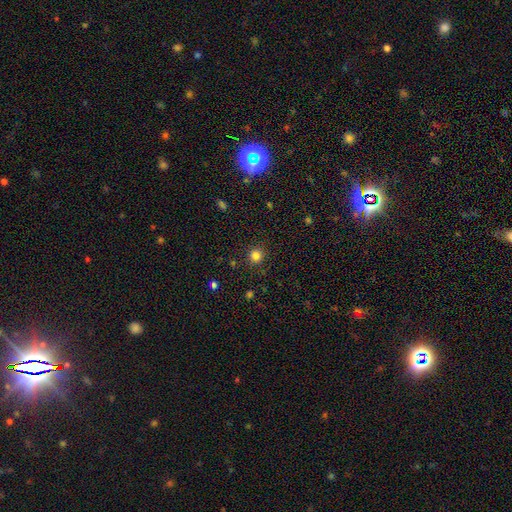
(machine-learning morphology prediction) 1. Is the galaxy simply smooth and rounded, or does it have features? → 82% smooth, 14% star or artifact, 4% featured or disk.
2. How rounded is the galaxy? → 92% round, 7% in between, 1% cigar-shaped.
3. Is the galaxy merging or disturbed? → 90% none, 7% minor disturbance, 2% major disturbance, 1% merger.